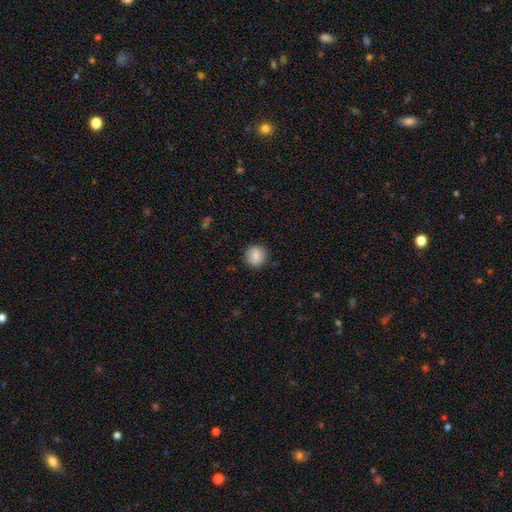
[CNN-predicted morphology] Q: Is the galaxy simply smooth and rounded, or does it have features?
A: smooth — 81%.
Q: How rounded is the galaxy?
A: round — 88%.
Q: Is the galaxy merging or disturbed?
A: none — 88%.